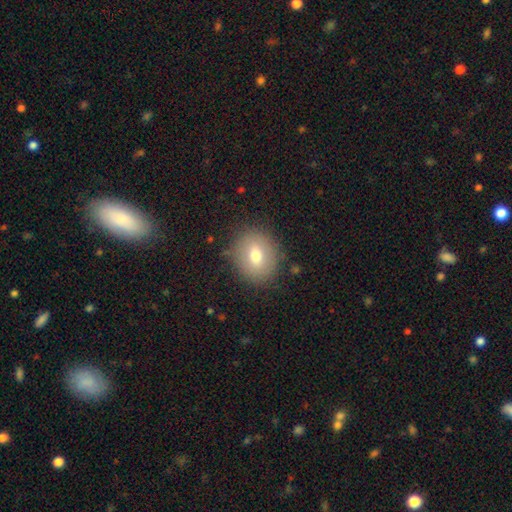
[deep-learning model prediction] This is likely a smooth galaxy (70%). How rounded: likely round (62%). Merging: clearly none (84%).